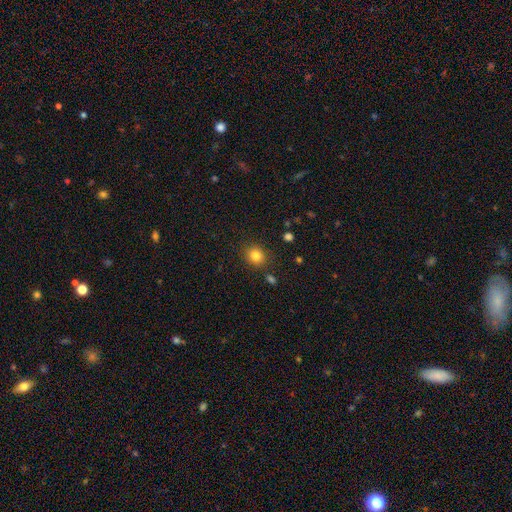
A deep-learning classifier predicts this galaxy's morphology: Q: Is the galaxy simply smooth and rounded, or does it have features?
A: smooth — 82%.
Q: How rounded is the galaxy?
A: round — 80%.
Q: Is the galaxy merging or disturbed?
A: none — 86%.